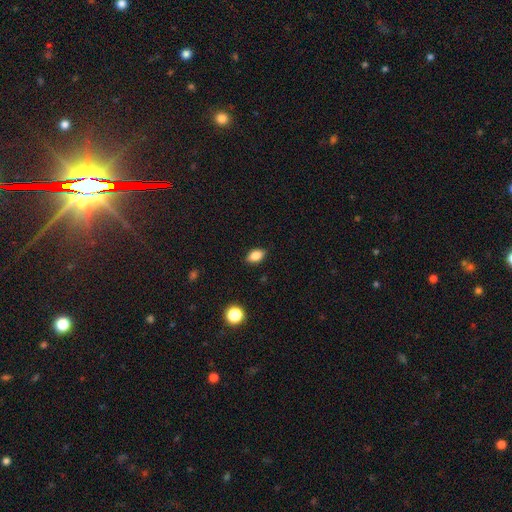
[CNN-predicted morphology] smooth_or_featured: smooth (p=0.85) [alt: star or artifact p=0.09]
how_rounded: in between (p=0.87) [alt: round p=0.11]
merging: none (p=0.87) [alt: minor disturbance p=0.10]